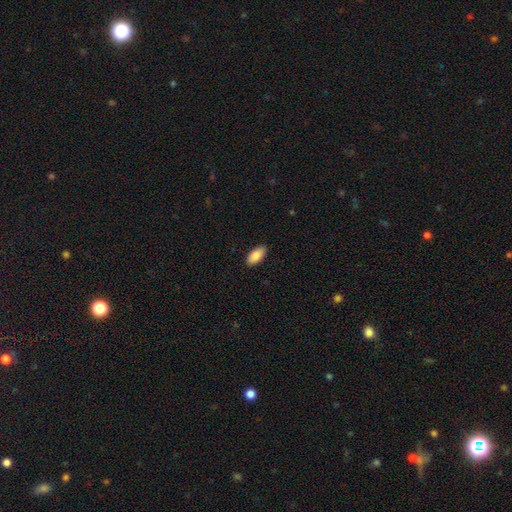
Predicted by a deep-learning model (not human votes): This is clearly a smooth galaxy (87%). How rounded: clearly in between (93%). Merging: clearly none (89%).